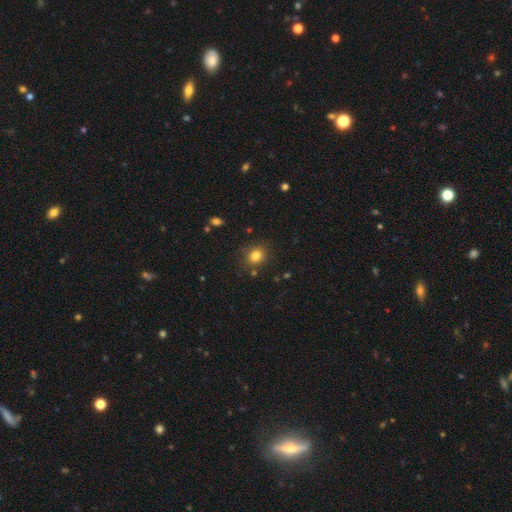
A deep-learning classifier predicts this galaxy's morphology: Overall: smooth (81%). How rounded: round (68%; in between 31%). Merging: none (81%).